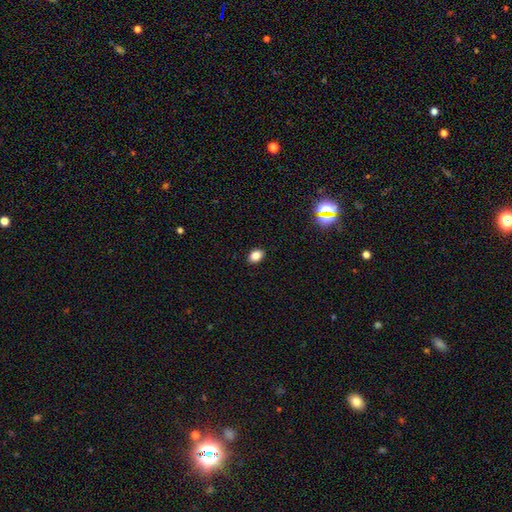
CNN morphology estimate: Smooth or featured? Predicted: smooth (p=0.84). How rounded? Predicted: in between (p=0.76). Merging? Predicted: none (p=0.90).